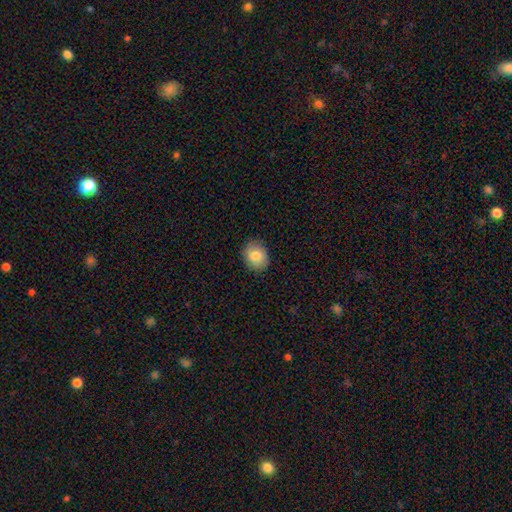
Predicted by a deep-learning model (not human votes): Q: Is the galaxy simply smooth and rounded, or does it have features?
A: smooth — 82%.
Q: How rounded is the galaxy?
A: round — 58%.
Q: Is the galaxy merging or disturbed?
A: none — 87%.